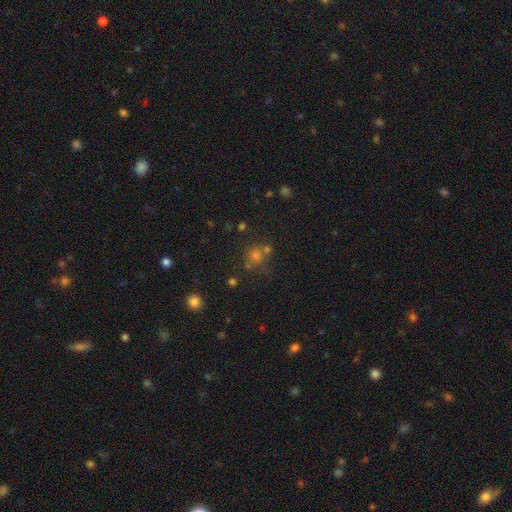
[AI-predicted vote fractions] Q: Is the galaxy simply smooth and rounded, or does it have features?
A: smooth — 56%.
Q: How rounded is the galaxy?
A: round — 82%.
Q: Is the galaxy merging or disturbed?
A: none — 62%.